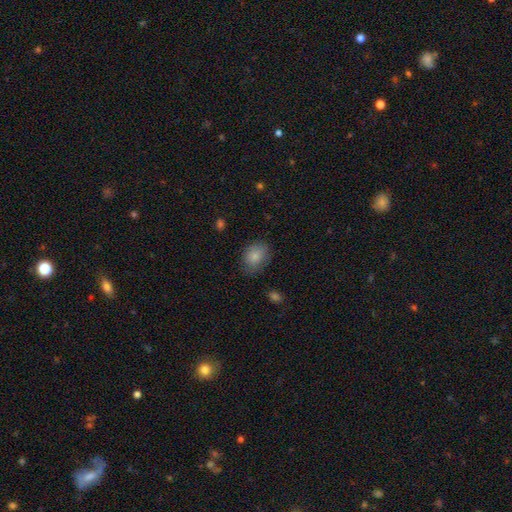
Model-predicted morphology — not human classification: Smooth or featured? Predicted: smooth (p=0.85). How rounded? Predicted: in between (p=0.70). Merging? Predicted: none (p=0.73).